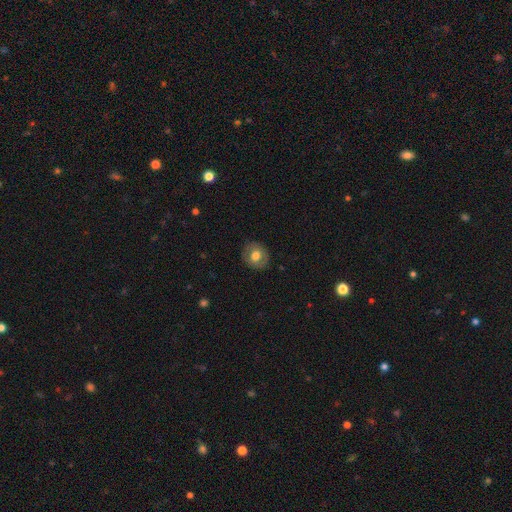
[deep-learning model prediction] Smooth or featured: smooth — 67% (featured or disk — 25%)
How rounded: round — 77% (in between — 22%)
Merging: none — 87% (minor disturbance — 10%)